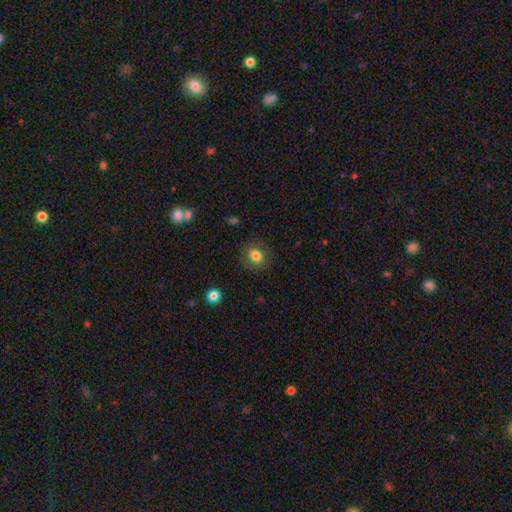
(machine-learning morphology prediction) This is likely a smooth galaxy (78%). How rounded: likely round (60%). Merging: clearly none (82%).